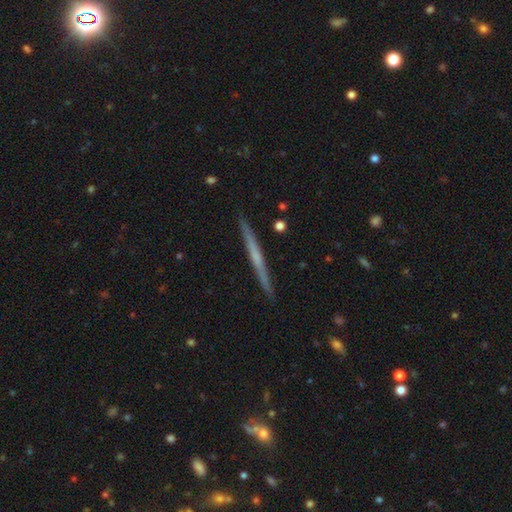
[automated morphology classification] Smooth or featured?
  - featured or disk: 59% *
  - smooth: 35%
  - star or artifact: 6%
Edge-on disk?
  - yes: 98% *
  - no: 2%
Edge-on bulge?
  - none: 75% *
  - rounded: 20%
  - boxy: 6%
Merging?
  - none: 92% *
  - minor disturbance: 6%
  - major disturbance: 1%
  - merger: 1%